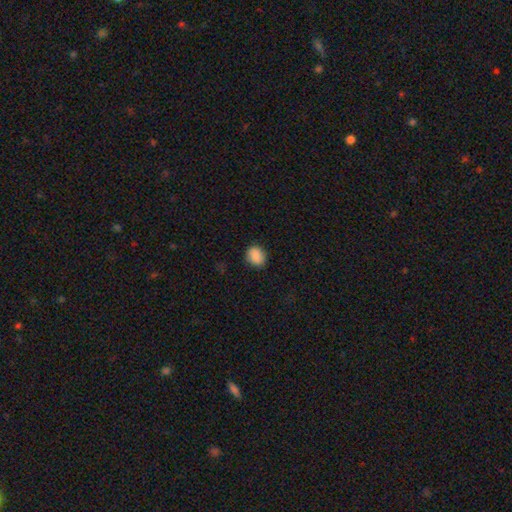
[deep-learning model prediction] smooth-or-featured: smooth: 88% | star or artifact: 8% | featured or disk: 4%
  how-rounded: round: 65% | in between: 34% | cigar-shaped: 1%
  merging: none: 86% | minor disturbance: 10% | major disturbance: 3% | merger: 1%